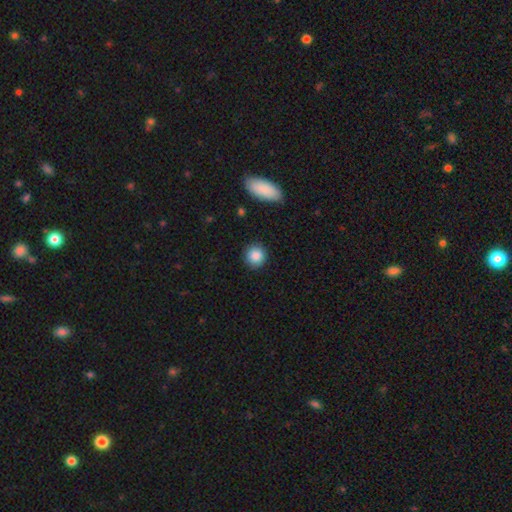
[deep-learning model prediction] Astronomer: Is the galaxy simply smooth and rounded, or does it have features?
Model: smooth — 87%.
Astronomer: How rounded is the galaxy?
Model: round — 89%.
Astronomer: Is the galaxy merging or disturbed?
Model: none — 89%.